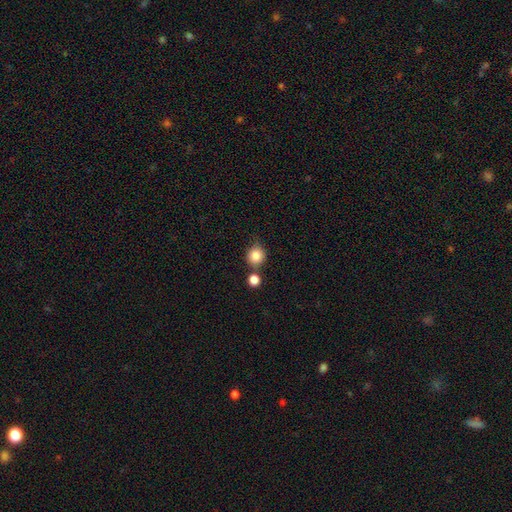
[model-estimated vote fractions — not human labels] This is clearly a smooth galaxy (84%). How rounded: clearly round (89%). Merging: likely none (68%).